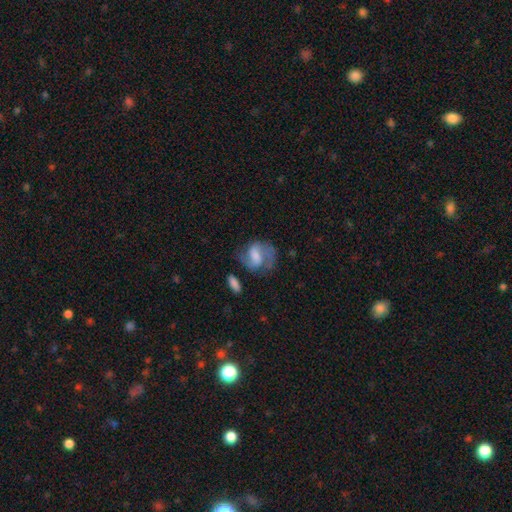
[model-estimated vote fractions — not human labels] featured or disk 71%, smooth 22%, star or artifact 7%. Down the decision tree: edge-on disk — no (97%); bar — weak (49%); spiral arms — yes (92%); spiral arm count — 2 (84%); spiral winding — medium (53%); bulge size — moderate (33%); merging — none (61%).